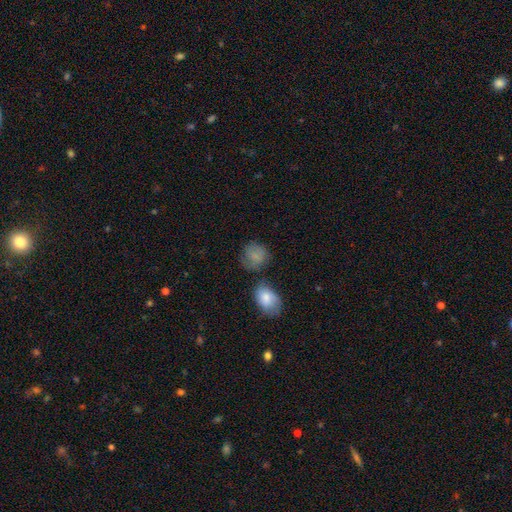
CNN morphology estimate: smooth-or-featured: smooth: 80% | featured or disk: 11% | star or artifact: 9%
  how-rounded: round: 74% | in between: 25% | cigar-shaped: 1%
  merging: none: 56% | minor disturbance: 22% | merger: 12% | major disturbance: 10%